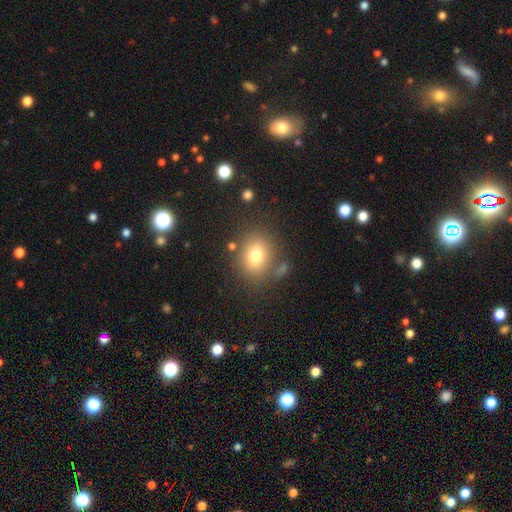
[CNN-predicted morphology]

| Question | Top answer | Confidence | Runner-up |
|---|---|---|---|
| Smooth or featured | smooth | 76% | featured or disk (12%) |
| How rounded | in between | 50% | round (49%) |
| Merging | none | 74% | minor disturbance (13%) |